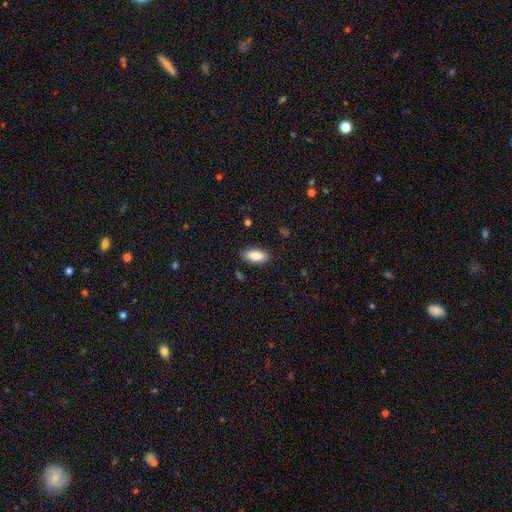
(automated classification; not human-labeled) Smooth or featured? Predicted: smooth (p=0.86). How rounded? Predicted: in between (p=0.91). Merging? Predicted: none (p=0.86).